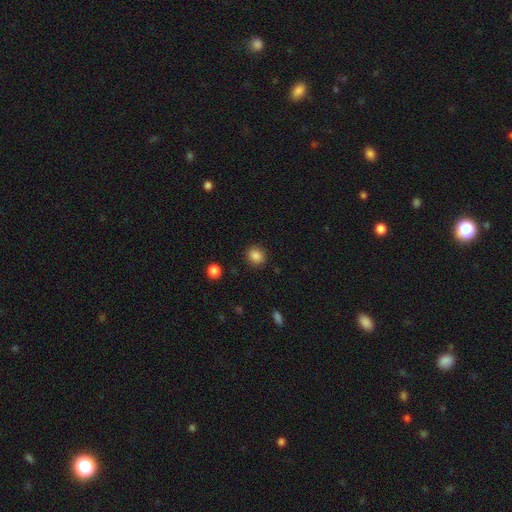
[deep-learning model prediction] smooth_or_featured: smooth (p=0.86) [alt: star or artifact p=0.10]
how_rounded: round (p=0.77) [alt: in between p=0.22]
merging: none (p=0.89) [alt: minor disturbance p=0.07]